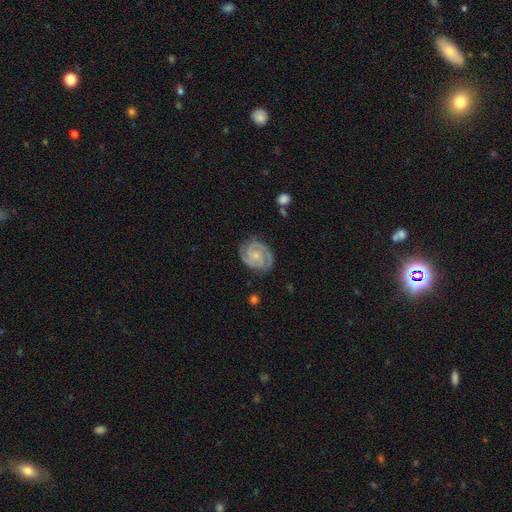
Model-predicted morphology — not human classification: smooth-or-featured: featured or disk: 88% | smooth: 7% | star or artifact: 5%
  disk-edge-on: no: 98% | yes: 2%
    bar: no: 64% | weak: 30% | strong: 6%
    has-spiral-arms: yes: 98% | no: 2%
      spiral-winding: tight: 67% | medium: 29% | loose: 4%
      spiral-arm-count: 2: 74% | 3: 15% | can't tell: 5% | 4: 2% | 1: 2% | more than 4: 2%
    bulge-size: small: 60% | moderate: 28% | none: 10% | large: 2% | dominant: 1%
  merging: none: 81% | minor disturbance: 14% | major disturbance: 4% | merger: 1%